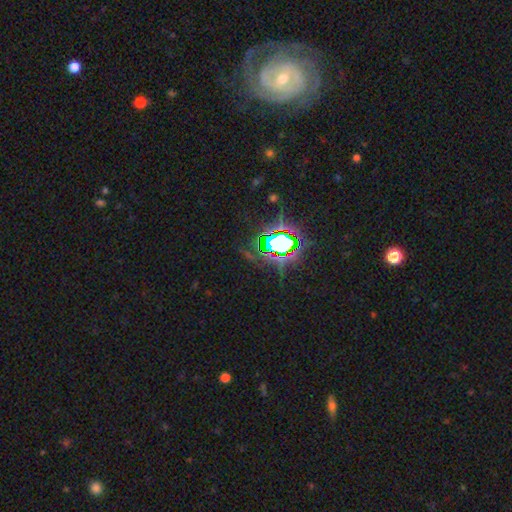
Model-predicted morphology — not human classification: This appears to be a star or artifact, not a galaxy (80%).